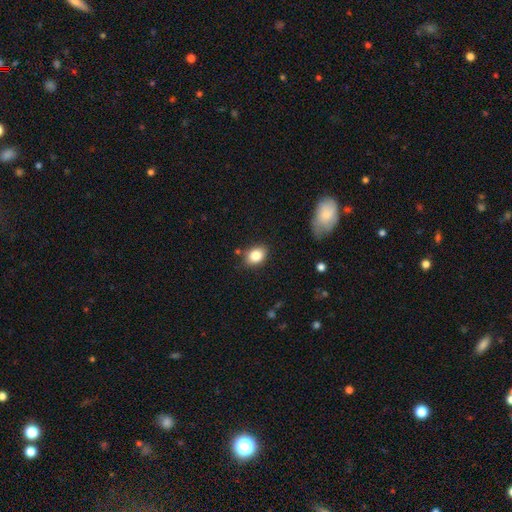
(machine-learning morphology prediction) smooth-or-featured: smooth: 83% | star or artifact: 9% | featured or disk: 8%
  how-rounded: in between: 69% | round: 30% | cigar-shaped: 1%
  merging: none: 82% | minor disturbance: 13% | major disturbance: 3% | merger: 3%